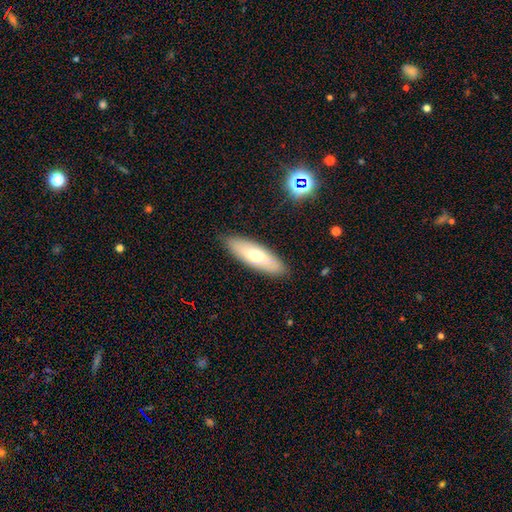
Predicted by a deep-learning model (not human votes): smooth-or-featured: smooth: 60% | featured or disk: 33% | star or artifact: 6%
  how-rounded: in between: 56% | cigar-shaped: 42% | round: 2%
  merging: none: 88% | minor disturbance: 9% | major disturbance: 2% | merger: 1%